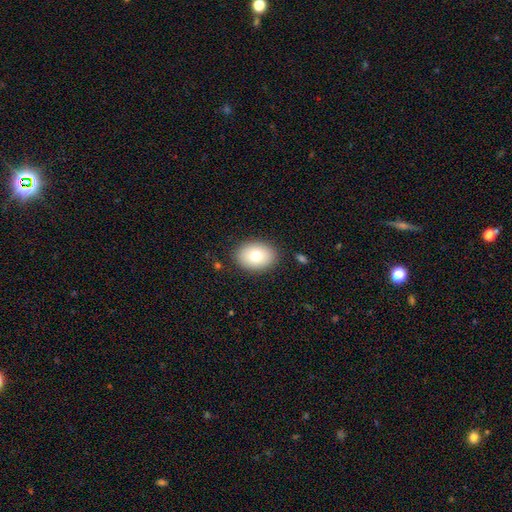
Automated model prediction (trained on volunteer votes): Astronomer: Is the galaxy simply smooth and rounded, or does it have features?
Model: smooth — 80%.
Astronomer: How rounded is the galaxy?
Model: in between — 72%.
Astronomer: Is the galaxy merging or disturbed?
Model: none — 87%.